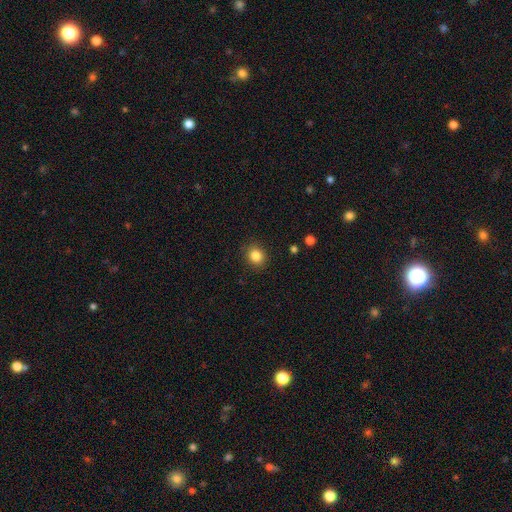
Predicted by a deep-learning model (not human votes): Smooth or featured?
  - smooth: 85% *
  - star or artifact: 11%
  - featured or disk: 5%
How rounded?
  - round: 75% *
  - in between: 24%
  - cigar-shaped: 1%
Merging?
  - none: 89% *
  - minor disturbance: 8%
  - major disturbance: 2%
  - merger: 1%